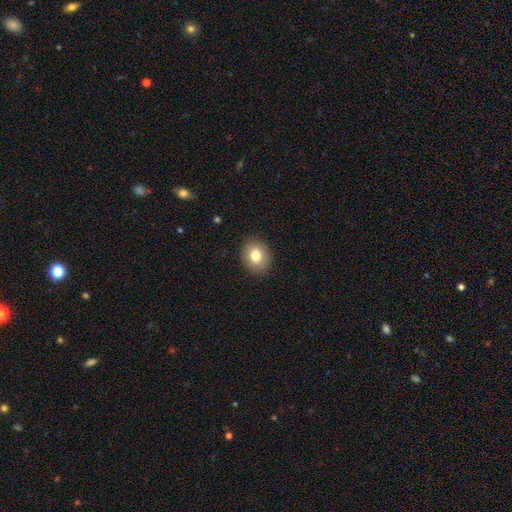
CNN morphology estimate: This appears to be a smooth galaxy with no disk features (80%) that is round (54%). Merging: none (89%).